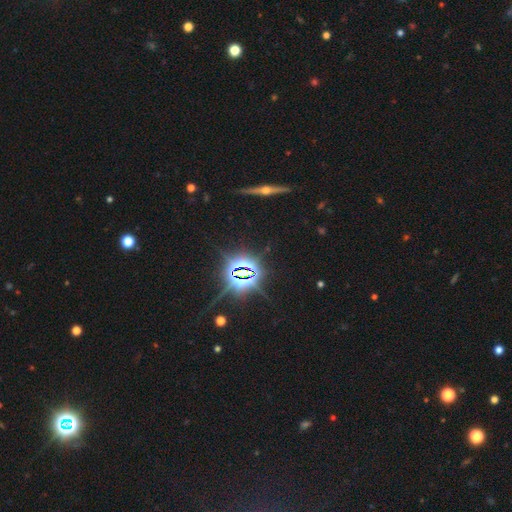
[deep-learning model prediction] smooth_or_featured: star or artifact (p=0.74) [alt: featured or disk p=0.14]